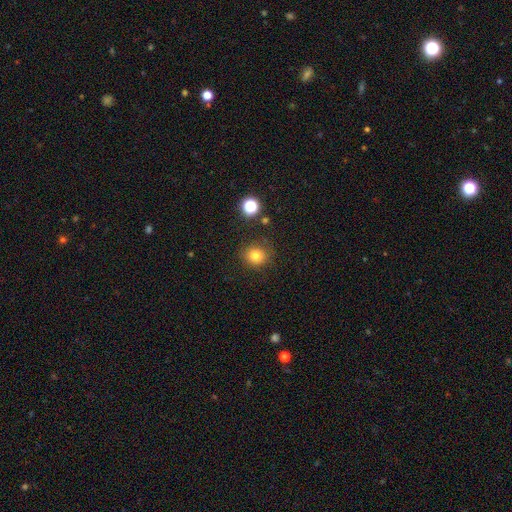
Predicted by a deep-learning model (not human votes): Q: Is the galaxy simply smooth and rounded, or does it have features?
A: smooth — 79%.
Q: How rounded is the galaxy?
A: round — 87%.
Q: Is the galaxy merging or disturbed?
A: none — 85%.